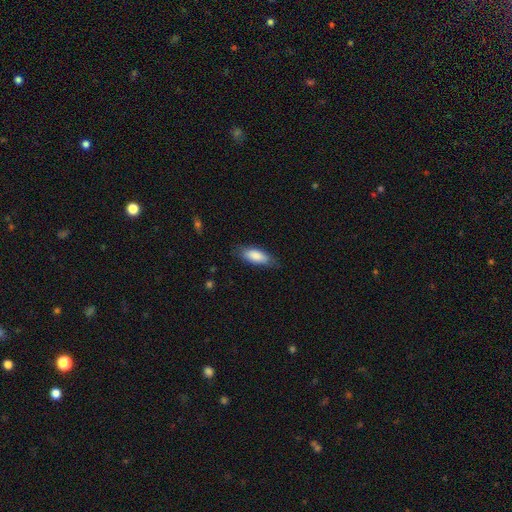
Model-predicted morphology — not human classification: This is clearly a smooth galaxy (84%). How rounded: likely in between (77%). Merging: likely none (77%).